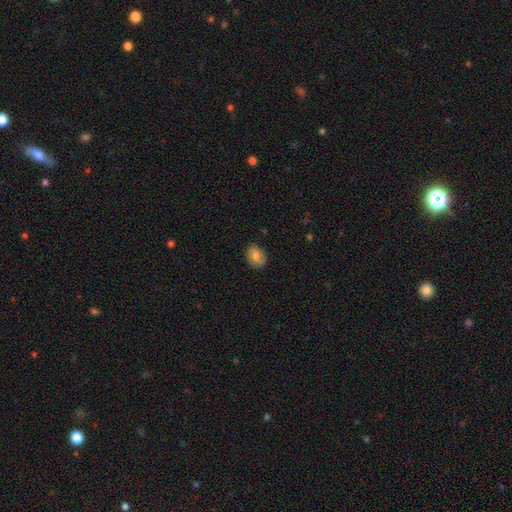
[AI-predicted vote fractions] Smooth or featured: smooth — 76% (featured or disk — 16%)
How rounded: in between — 69% (round — 30%)
Merging: none — 82% (minor disturbance — 14%)